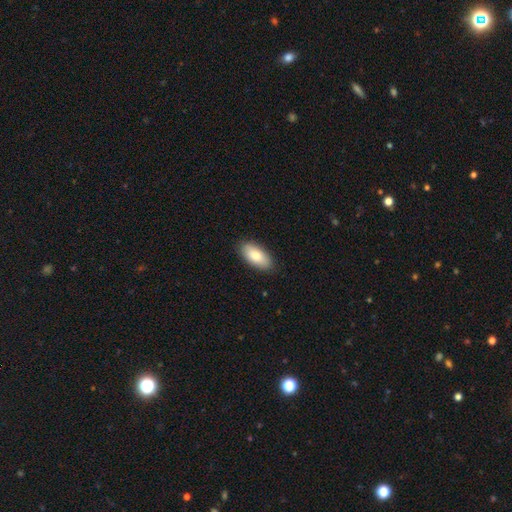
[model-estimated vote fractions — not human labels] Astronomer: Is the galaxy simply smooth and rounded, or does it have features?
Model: smooth — 83%.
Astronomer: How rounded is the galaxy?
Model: in between — 92%.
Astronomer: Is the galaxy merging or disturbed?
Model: none — 88%.